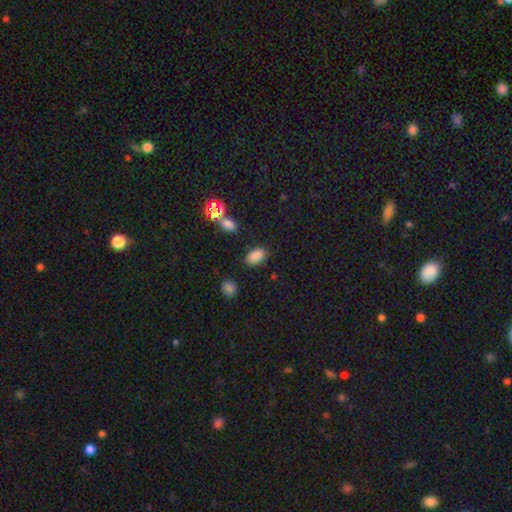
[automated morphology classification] Smooth or featured? Predicted: smooth (p=0.84). How rounded? Predicted: in between (p=0.91). Merging? Predicted: none (p=0.83).